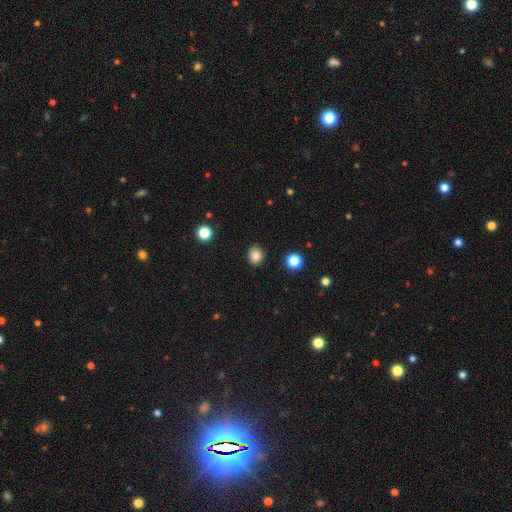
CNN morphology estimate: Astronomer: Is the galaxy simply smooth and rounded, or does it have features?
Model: smooth — 85%.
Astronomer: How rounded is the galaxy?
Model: round — 75%.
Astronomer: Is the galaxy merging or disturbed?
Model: none — 90%.